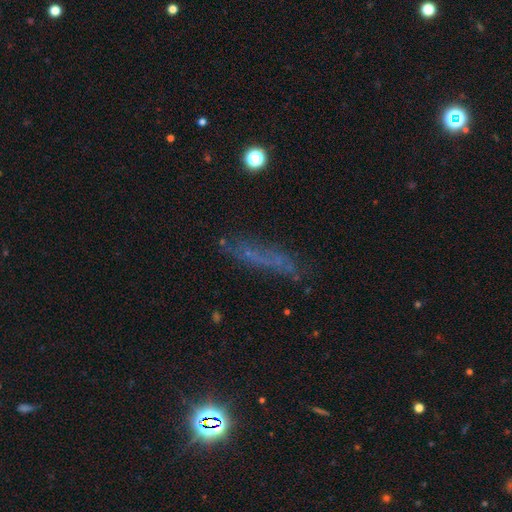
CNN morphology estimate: A smooth galaxy with no disk features (43%). Merging: none (61%).